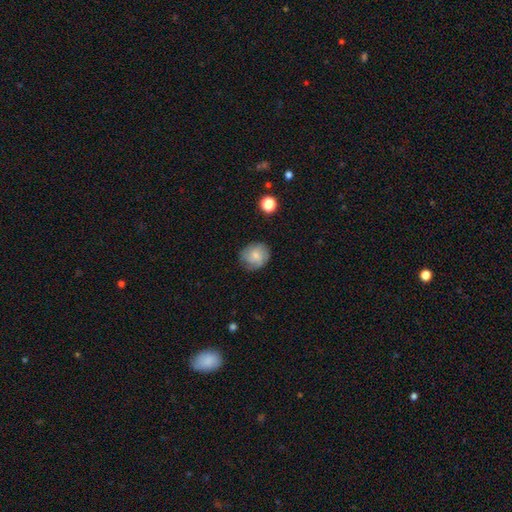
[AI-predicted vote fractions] smooth 60%, featured or disk 31%, star or artifact 9%. Down the decision tree: how rounded — round (81%); merging — none (77%).